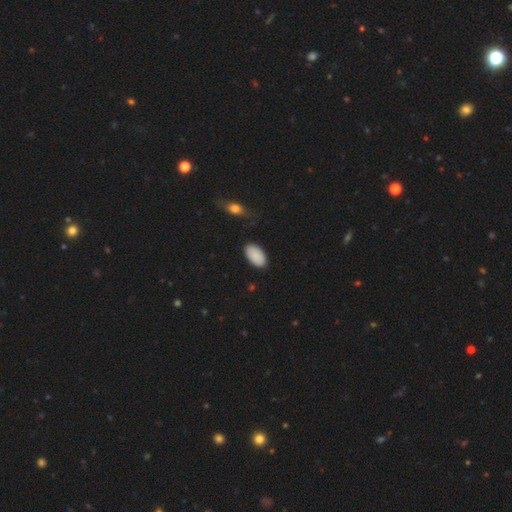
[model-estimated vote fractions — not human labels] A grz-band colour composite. It shows a smooth galaxy with no disk features (90%) that is in between round and cigar-shaped (95%). Merging: none (85%).